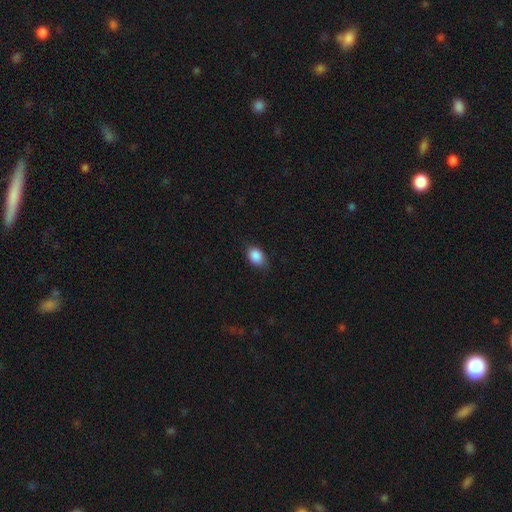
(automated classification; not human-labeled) This appears to be a smooth galaxy with no disk features (88%) that is in between round and cigar-shaped (73%). Merging: none (79%).